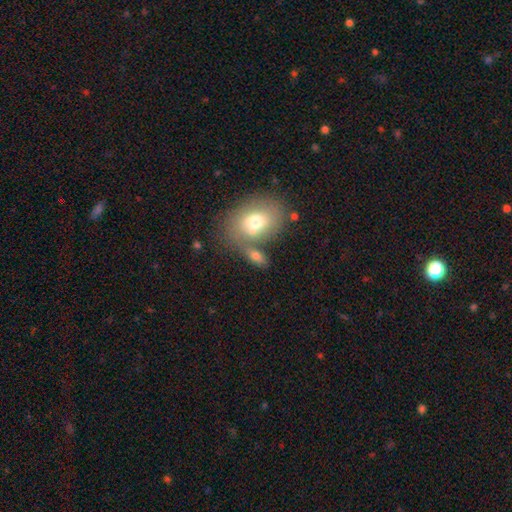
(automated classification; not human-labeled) Smooth or featured: smooth — 71% (featured or disk — 20%)
How rounded: in between — 77% (round — 14%)
Merging: none — 48% (merger — 32%)